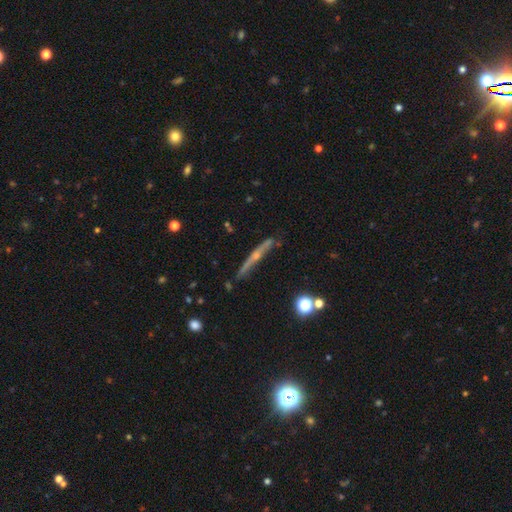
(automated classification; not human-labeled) Smooth or featured? Predicted: featured or disk (p=0.70). Edge-on disk? Predicted: yes (p=0.95). Edge-on bulge? Predicted: rounded (p=0.66). Merging? Predicted: none (p=0.76).